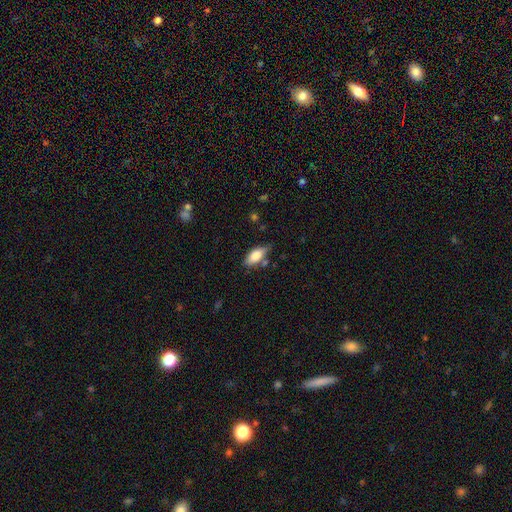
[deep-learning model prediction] This appears to be a smooth galaxy with no disk features (74%) that is in between round and cigar-shaped (81%). Merging: none (67%).